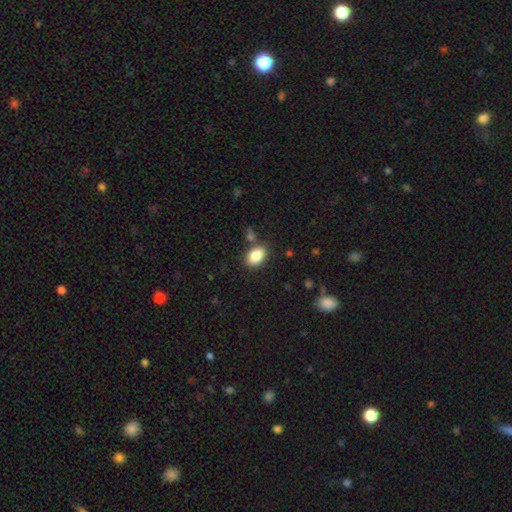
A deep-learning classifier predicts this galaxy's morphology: Smooth or featured? smooth (87%)
How rounded? in between (85%)
Merging? none (78%)